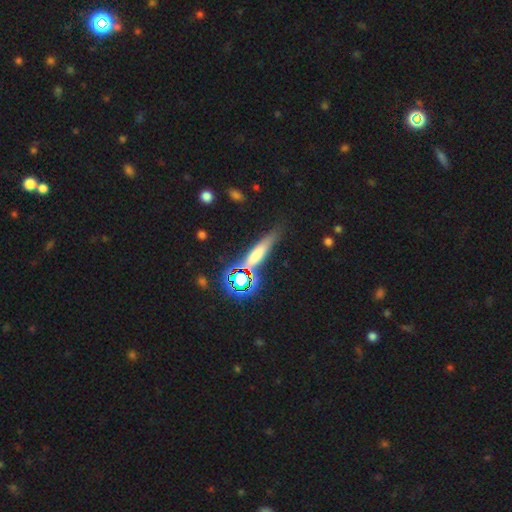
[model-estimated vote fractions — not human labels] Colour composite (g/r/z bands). It shows a smooth galaxy with no disk features (56%) that is cigar-shaped (76%). Merging: none (73%).